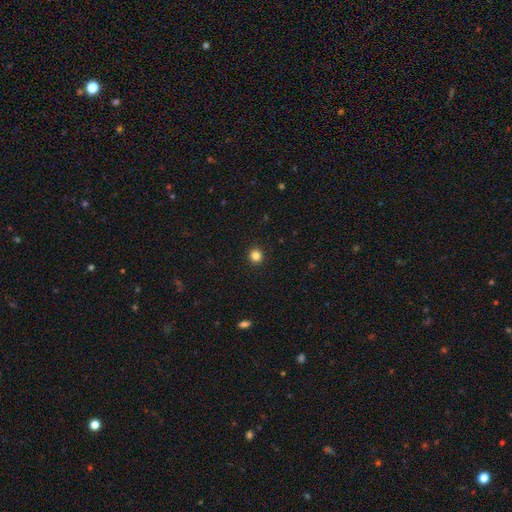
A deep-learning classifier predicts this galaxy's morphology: Smooth or featured: smooth — 84% (star or artifact — 12%)
How rounded: round — 93% (in between — 6%)
Merging: none — 93% (minor disturbance — 4%)